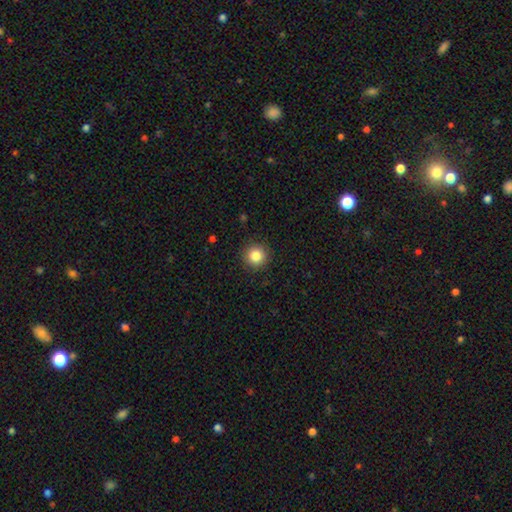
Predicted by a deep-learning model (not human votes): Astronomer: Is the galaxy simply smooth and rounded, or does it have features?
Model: smooth — 85%.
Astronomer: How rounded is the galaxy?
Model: round — 95%.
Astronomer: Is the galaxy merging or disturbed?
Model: none — 92%.